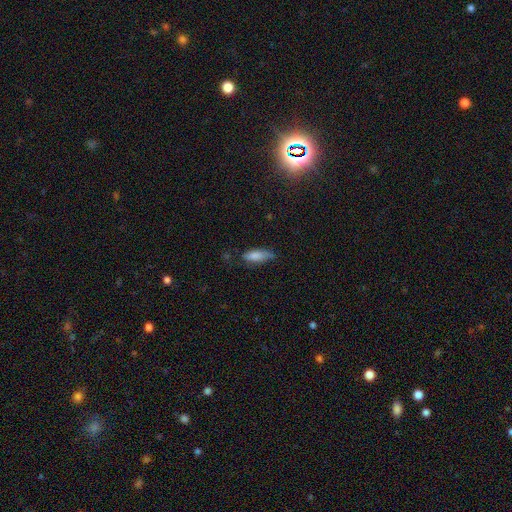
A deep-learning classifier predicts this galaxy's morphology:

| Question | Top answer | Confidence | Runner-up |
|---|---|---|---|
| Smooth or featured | smooth | 80% | featured or disk (13%) |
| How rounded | in between | 62% | cigar-shaped (36%) |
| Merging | none | 59% | minor disturbance (31%) |